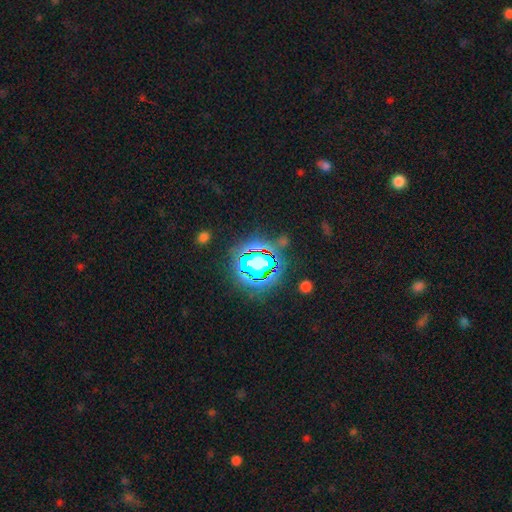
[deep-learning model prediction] Overall: star or artifact (65%).